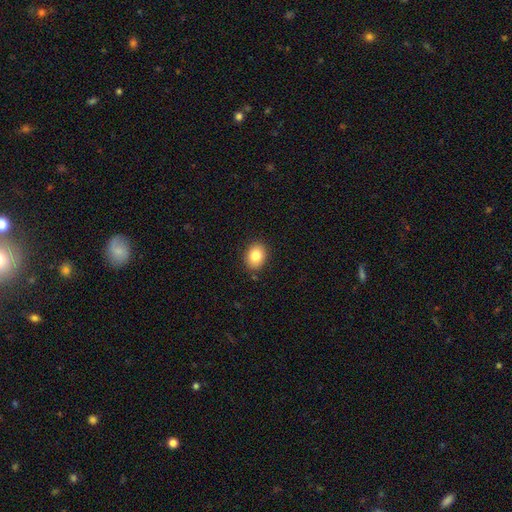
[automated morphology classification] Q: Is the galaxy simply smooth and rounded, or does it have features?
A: smooth — 82%.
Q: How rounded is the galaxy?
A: in between — 57%.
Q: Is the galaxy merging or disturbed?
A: none — 87%.